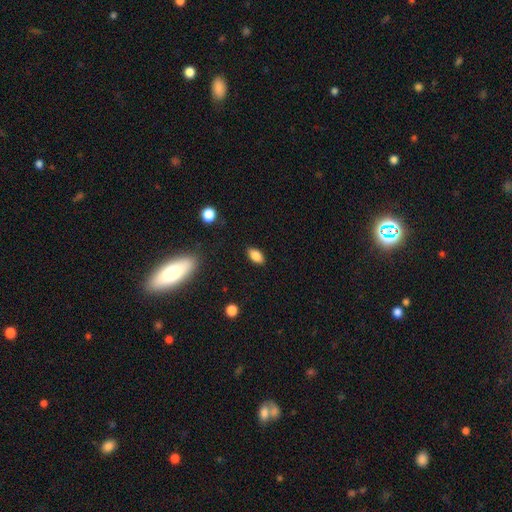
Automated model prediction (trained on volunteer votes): smooth-or-featured: smooth: 85% | star or artifact: 9% | featured or disk: 7%
  how-rounded: in between: 91% | round: 5% | cigar-shaped: 4%
  merging: none: 87% | minor disturbance: 9% | major disturbance: 2% | merger: 1%